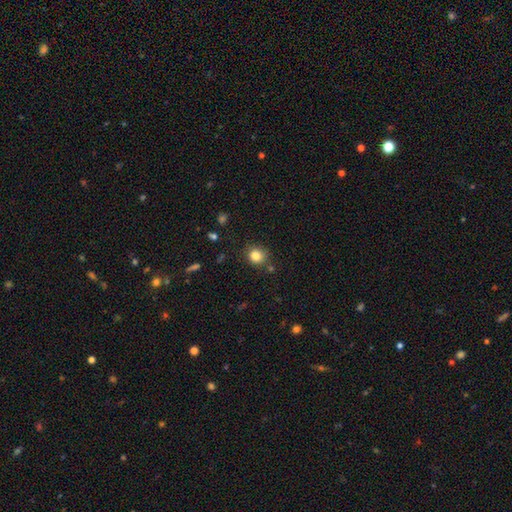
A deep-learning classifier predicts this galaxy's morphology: smooth 83%, star or artifact 11%, featured or disk 5%. Down the decision tree: how rounded — round (85%); merging — none (80%).